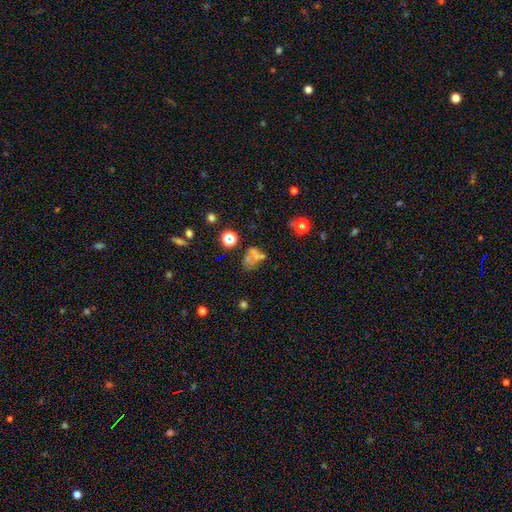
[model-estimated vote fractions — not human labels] Smooth or featured: smooth — 40% (featured or disk — 32%)
Merging: none — 32% (merger — 26%)